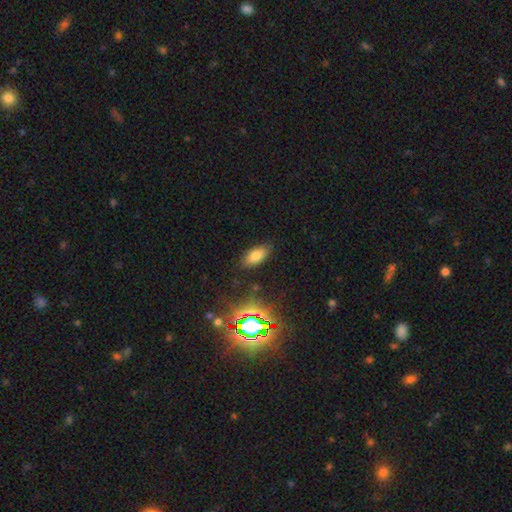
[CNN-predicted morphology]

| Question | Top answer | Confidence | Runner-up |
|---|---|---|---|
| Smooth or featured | smooth | 75% | star or artifact (16%) |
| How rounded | in between | 89% | cigar-shaped (7%) |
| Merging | none | 83% | minor disturbance (12%) |